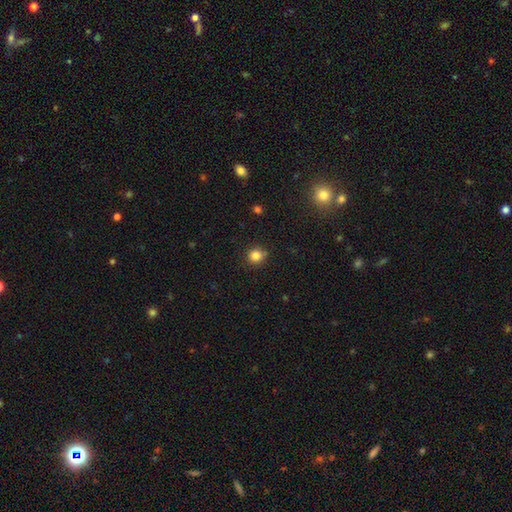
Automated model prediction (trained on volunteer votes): Smooth or featured? Predicted: smooth (p=0.83). How rounded? Predicted: round (p=0.88). Merging? Predicted: none (p=0.83).